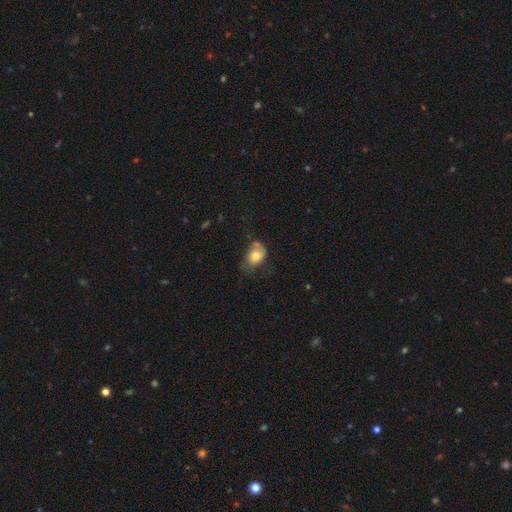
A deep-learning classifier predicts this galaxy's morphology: smooth-or-featured: smooth: 73% | featured or disk: 19% | star or artifact: 8%
  how-rounded: in between: 74% | round: 24% | cigar-shaped: 1%
  merging: none: 37% | minor disturbance: 35% | major disturbance: 18% | merger: 11%